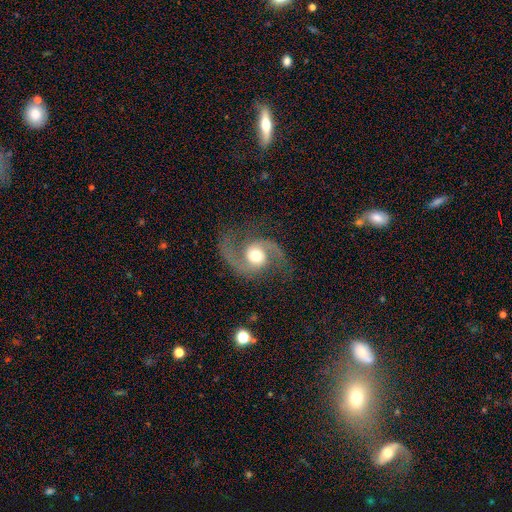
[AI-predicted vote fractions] This appears to be a featured or disk galaxy (91%) with no bar (64%), 2 (94%) medium (54%) spiral arms (98%) and a moderate central bulge (65%). Merging: none (78%).